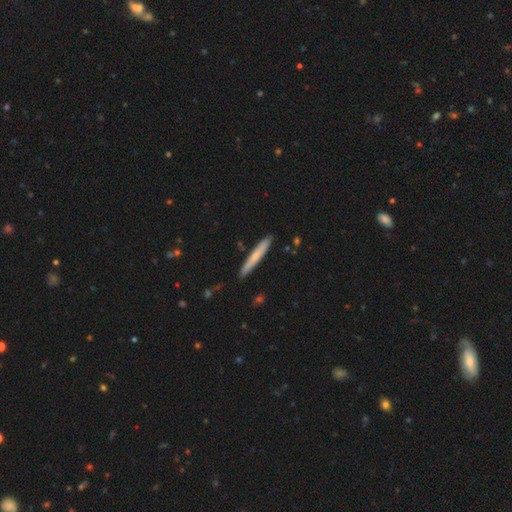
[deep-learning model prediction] smooth 63%, featured or disk 31%, star or artifact 6%. Down the decision tree: how rounded — cigar-shaped (96%); merging — none (88%).